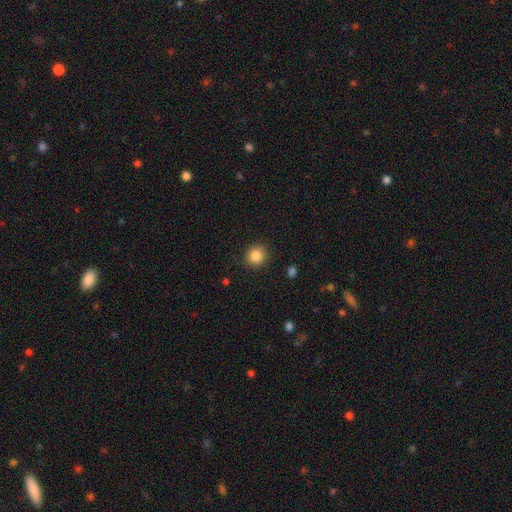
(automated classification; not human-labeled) A smooth galaxy with no disk features (86%) that is round (90%).

Vote fractions:
- Smooth or featured? smooth: 86% / star or artifact: 10% / featured or disk: 4%
- How rounded? round: 90% / in between: 9% / cigar-shaped: 1%
- Merging? none: 90% / minor disturbance: 7% / major disturbance: 2% / merger: 1%